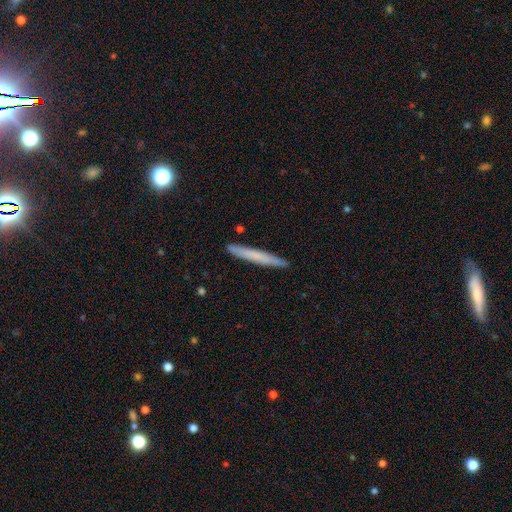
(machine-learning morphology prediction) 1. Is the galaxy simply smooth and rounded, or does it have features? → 64% smooth, 30% featured or disk, 6% star or artifact.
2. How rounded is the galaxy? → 97% cigar-shaped, 2% in between, 1% round.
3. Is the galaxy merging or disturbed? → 89% none, 8% minor disturbance, 1% merger, 1% major disturbance.